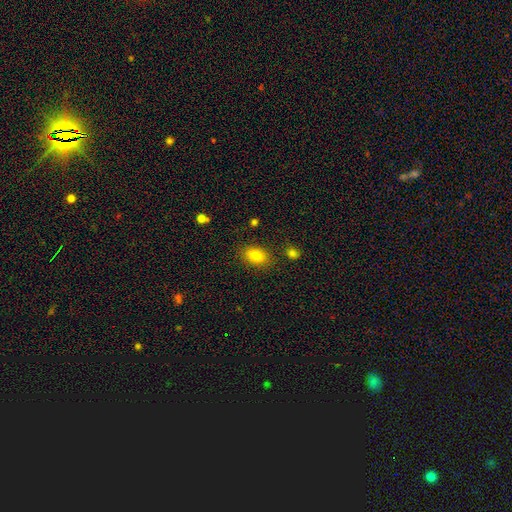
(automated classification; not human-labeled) This appears to be a smooth galaxy with no disk features (82%) that is in between round and cigar-shaped (82%). Merging: none (84%).